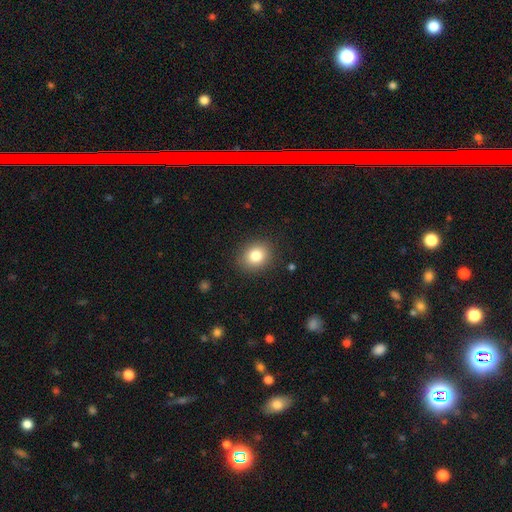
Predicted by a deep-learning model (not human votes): Q: Smooth or featured?
A: smooth (82%); runner-up: star or artifact (10%)
Q: How rounded?
A: round (69%); runner-up: in between (30%)
Q: Merging?
A: none (88%); runner-up: minor disturbance (8%)